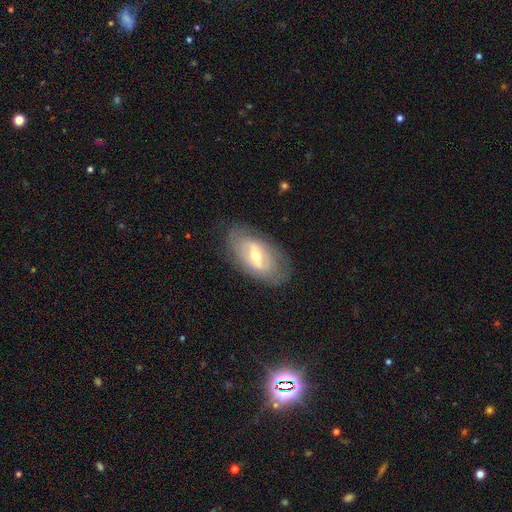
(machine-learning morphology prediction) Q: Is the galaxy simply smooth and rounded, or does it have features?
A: featured or disk — 65%.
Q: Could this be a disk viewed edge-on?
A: no — 89%.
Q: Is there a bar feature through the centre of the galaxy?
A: weak — 45%.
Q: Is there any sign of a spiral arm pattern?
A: yes — 58%.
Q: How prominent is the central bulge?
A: moderate — 55%.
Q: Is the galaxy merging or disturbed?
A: none — 78%.